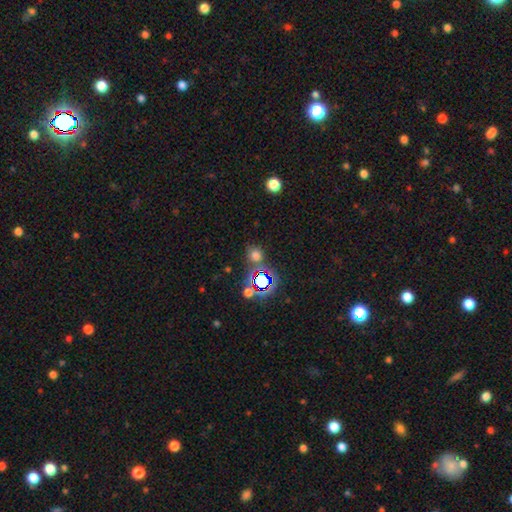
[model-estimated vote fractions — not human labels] Smooth or featured?
  - smooth: 62% *
  - star or artifact: 31%
  - featured or disk: 7%
How rounded?
  - round: 81% *
  - in between: 18%
  - cigar-shaped: 1%
Merging?
  - none: 73% *
  - minor disturbance: 12%
  - merger: 11%
  - major disturbance: 5%